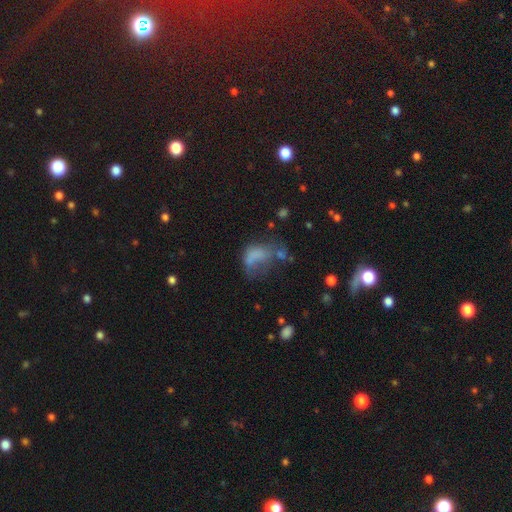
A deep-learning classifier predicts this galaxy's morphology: Smooth or featured? Predicted: smooth (p=0.58). How rounded? Predicted: in between (p=0.82). Merging? Predicted: major disturbance (p=0.47).